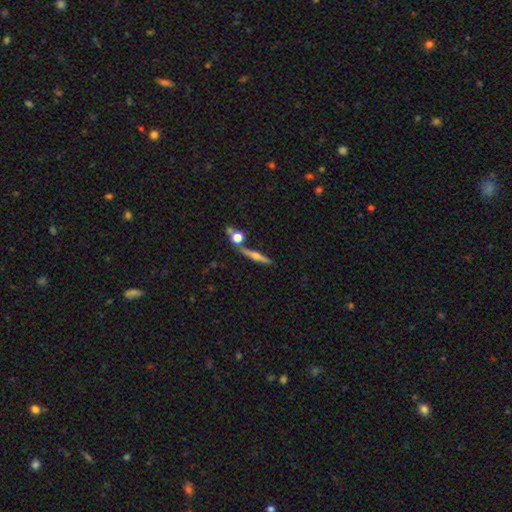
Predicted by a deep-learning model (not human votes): Morphology: type=featured or disk (61%); edge-on=yes (95%); edge-on bulge=rounded (88%); merging=none (76%).